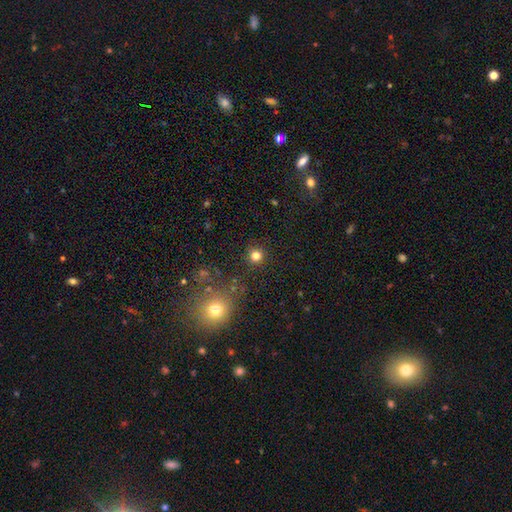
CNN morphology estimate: Overall: smooth (79%). How rounded: round (94%). Merging: none (89%).